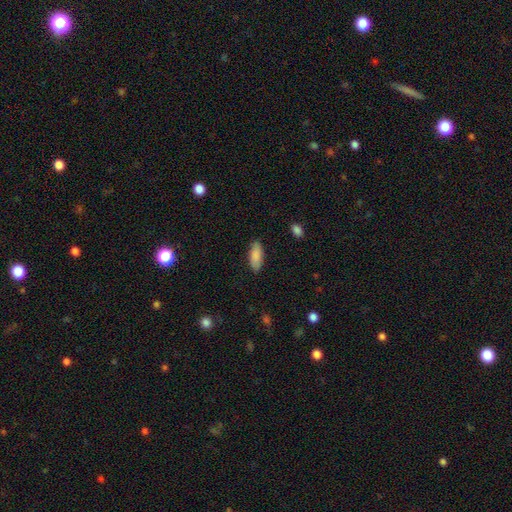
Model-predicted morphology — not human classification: type=smooth (87%); roundness=in between (76%); merging=none (86%).